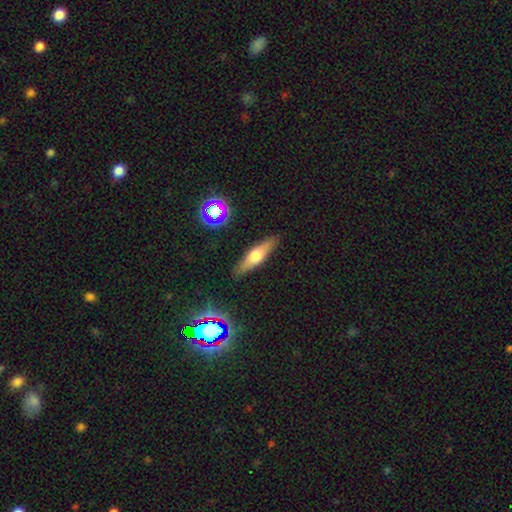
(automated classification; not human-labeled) This appears to be a featured or disk galaxy (46%, tied with smooth). Merging: none (88%).